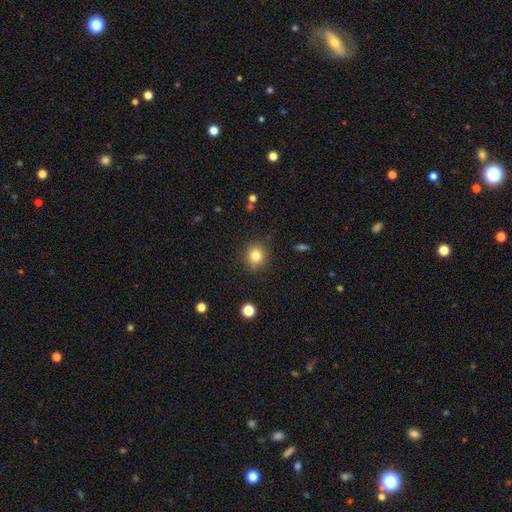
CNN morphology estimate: A smooth galaxy with no disk features (82%) that is round (85%). Merging: none (86%).